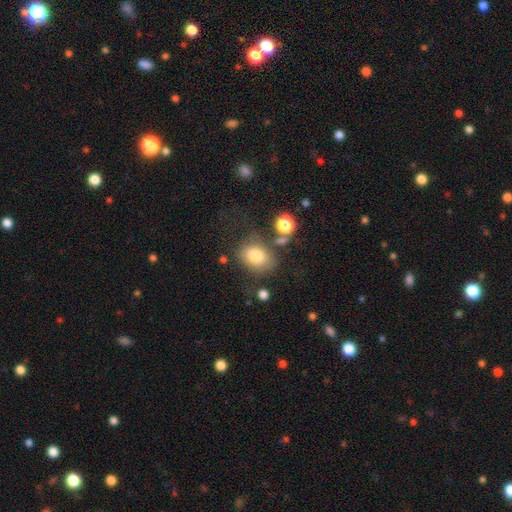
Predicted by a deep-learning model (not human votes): A smooth galaxy with no disk features (79%) that is in between round and cigar-shaped (67%).

Vote fractions:
- Smooth or featured? smooth: 79% / featured or disk: 12% / star or artifact: 10%
- How rounded? in between: 67% / round: 32% / cigar-shaped: 1%
- Merging? none: 60% / minor disturbance: 20% / major disturbance: 11% / merger: 9%